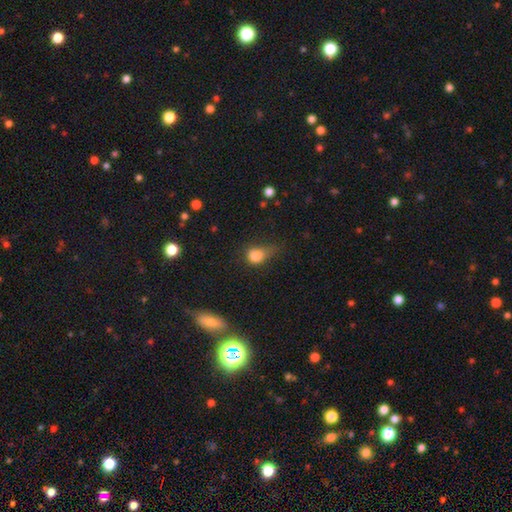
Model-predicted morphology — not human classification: This is clearly a smooth galaxy (80%). How rounded: possibly round (52%). Merging: marginally minor disturbance (36%).